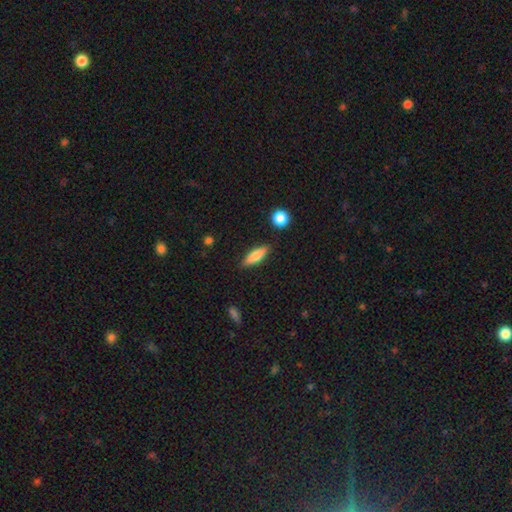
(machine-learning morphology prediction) A smooth galaxy with no disk features (71%) that is cigar-shaped (60%).

Vote fractions:
- Smooth or featured? smooth: 71% / featured or disk: 23% / star or artifact: 7%
- How rounded? cigar-shaped: 60% / in between: 38% / round: 2%
- Merging? none: 86% / minor disturbance: 10% / major disturbance: 2% / merger: 2%